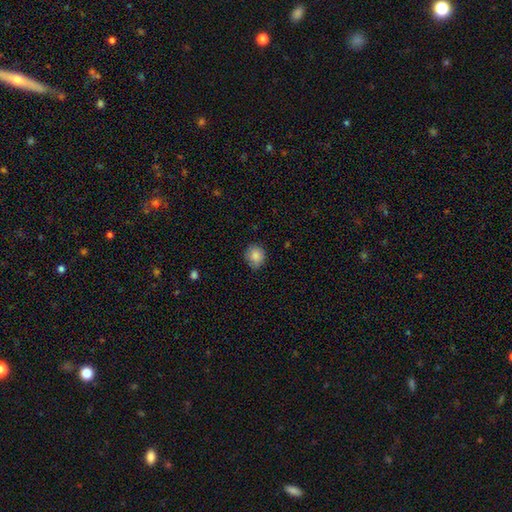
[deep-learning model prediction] The model was most divided on "how rounded": round: 79%, in between: 21%, cigar-shaped: 1%. More confident: smooth or featured — smooth (86%); merging — none (79%).